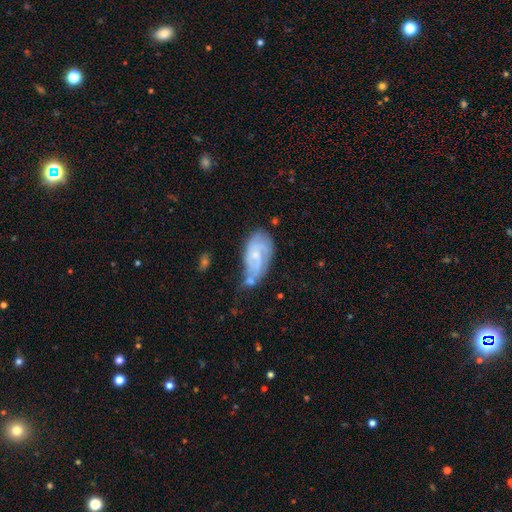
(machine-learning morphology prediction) featured or disk 67%, smooth 26%, star or artifact 7%. Down the decision tree: edge-on disk — no (95%); bar — no (57%); spiral arms — yes (87%); spiral arm count — can't tell (34%, tied with 2); spiral winding — tight (46%); bulge size — small (62%); merging — none (40%).